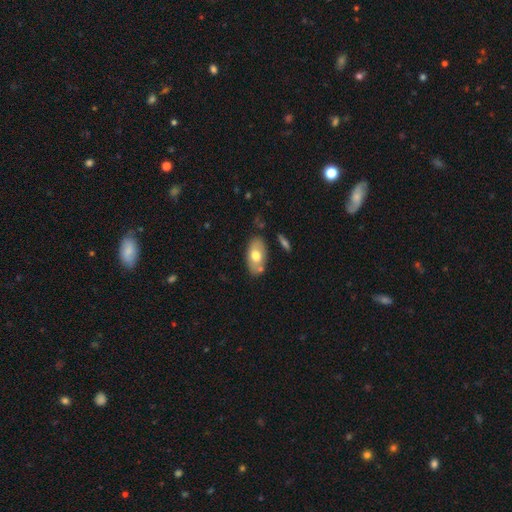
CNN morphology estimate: This is likely a smooth galaxy (64%). How rounded: clearly in between (91%). Merging: likely none (72%).